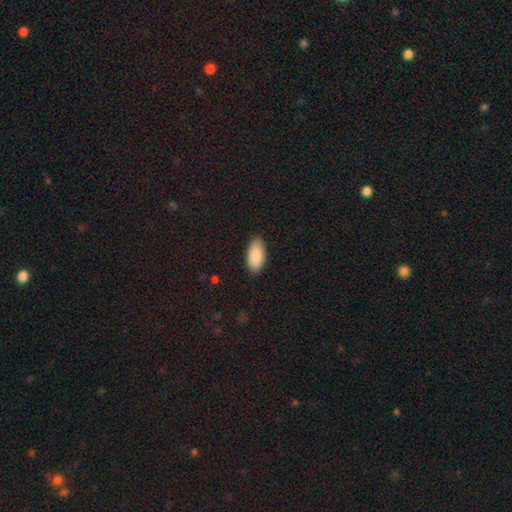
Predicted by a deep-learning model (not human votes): A smooth galaxy with no disk features (88%) that is in between round and cigar-shaped (95%).

Vote fractions:
- Smooth or featured? smooth: 88% / star or artifact: 6% / featured or disk: 6%
- How rounded? in between: 95% / cigar-shaped: 3% / round: 2%
- Merging? none: 86% / minor disturbance: 11% / major disturbance: 2% / merger: 1%